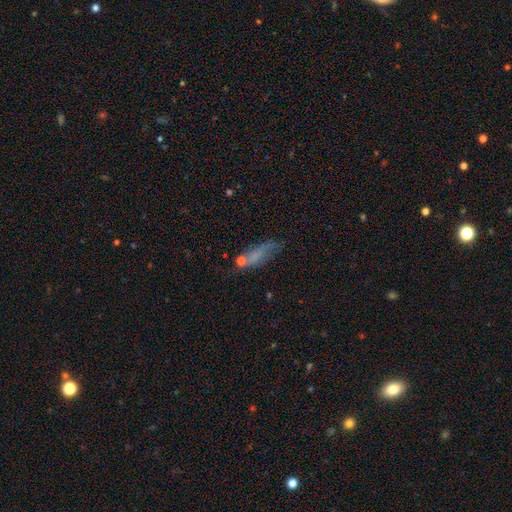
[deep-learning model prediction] This is possibly a smooth galaxy (59%). How rounded: possibly in between (53%). Merging: marginally none (42%).